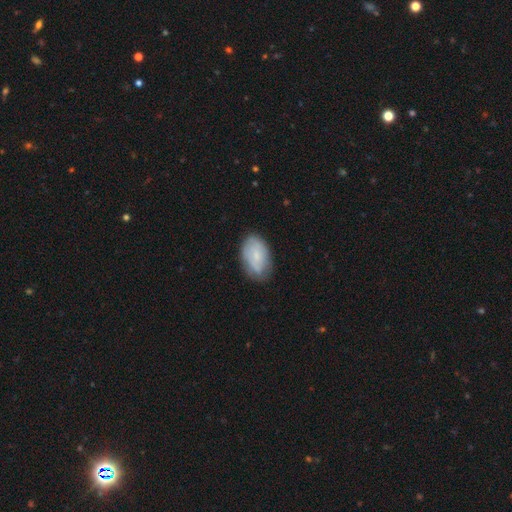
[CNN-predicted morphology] Smooth or featured: smooth — 59% (featured or disk — 33%)
How rounded: in between — 91% (round — 7%)
Merging: none — 71% (minor disturbance — 22%)